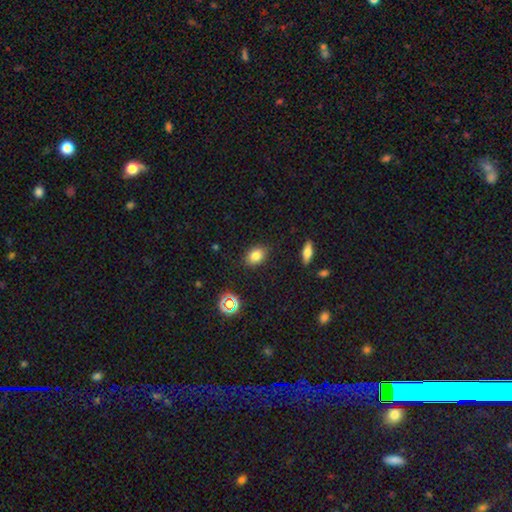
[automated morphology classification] type=smooth (81%); roundness=in between (67%); merging=none (86%).